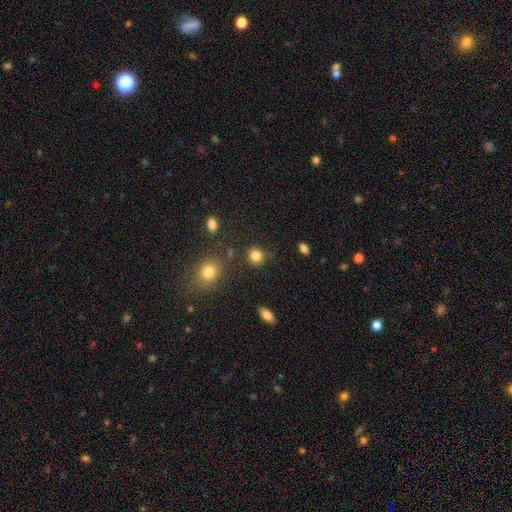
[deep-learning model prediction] Smooth or featured? Predicted: smooth (p=0.84). How rounded? Predicted: round (p=0.81). Merging? Predicted: none (p=0.80).